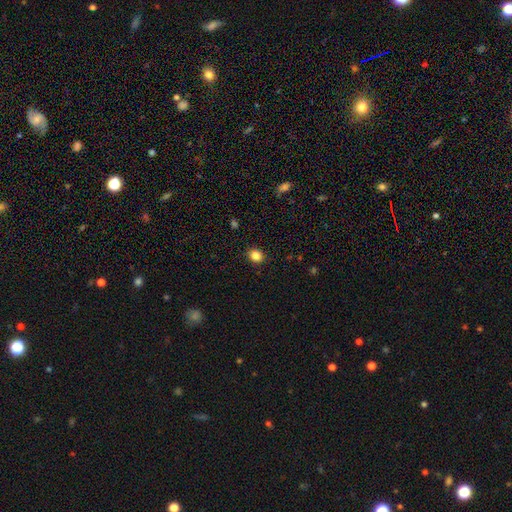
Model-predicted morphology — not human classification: The model was most divided on "how rounded": round: 72%, in between: 27%, cigar-shaped: 1%. More confident: merging — none (90%); smooth or featured — smooth (84%).